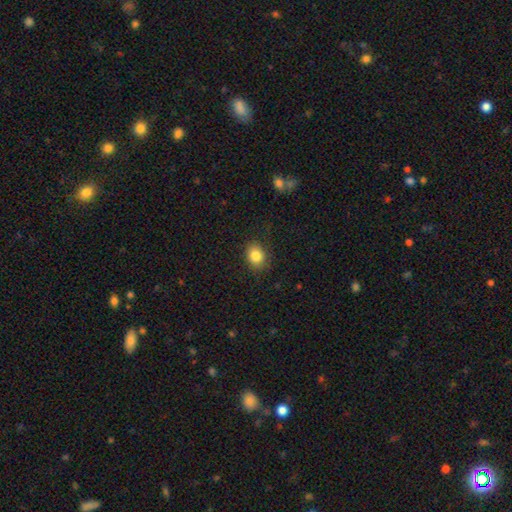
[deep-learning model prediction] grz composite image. It shows a smooth galaxy with no disk features (84%) that is round (51%). Merging: none (84%).